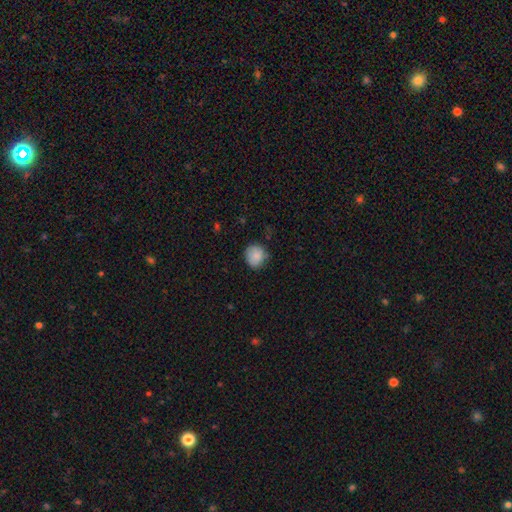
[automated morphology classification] This is clearly a smooth galaxy (86%). How rounded: clearly round (80%). Merging: likely none (76%).